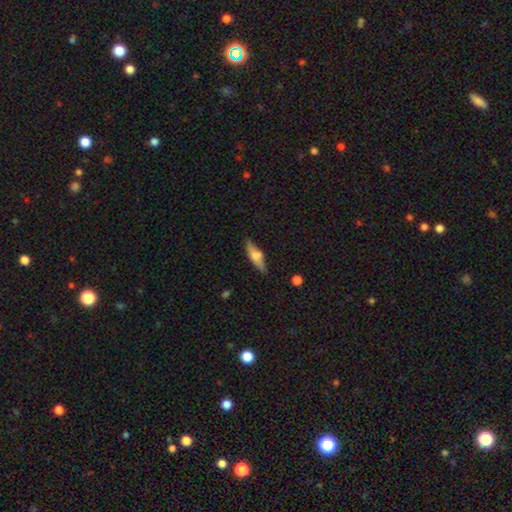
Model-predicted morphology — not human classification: A smooth galaxy with no disk features (56%) that is cigar-shaped (60%). Merging: none (78%).